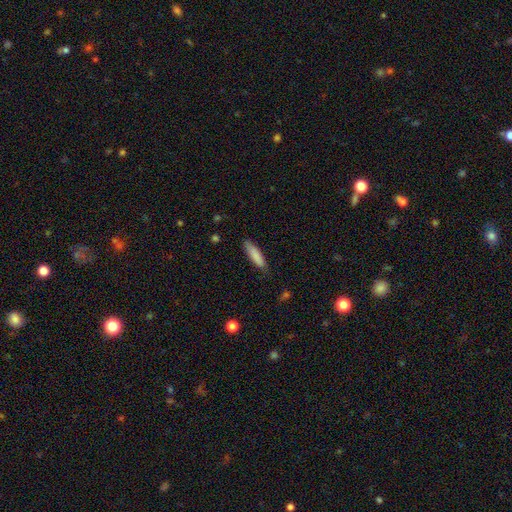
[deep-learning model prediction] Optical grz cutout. It shows a smooth galaxy with no disk features (85%) that is cigar-shaped (71%). Merging: none (81%).